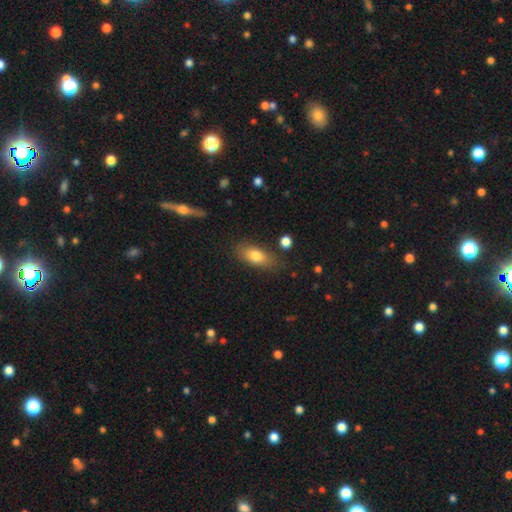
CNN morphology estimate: This is likely a smooth galaxy (78%). How rounded: clearly in between (81%). Merging: likely none (73%).